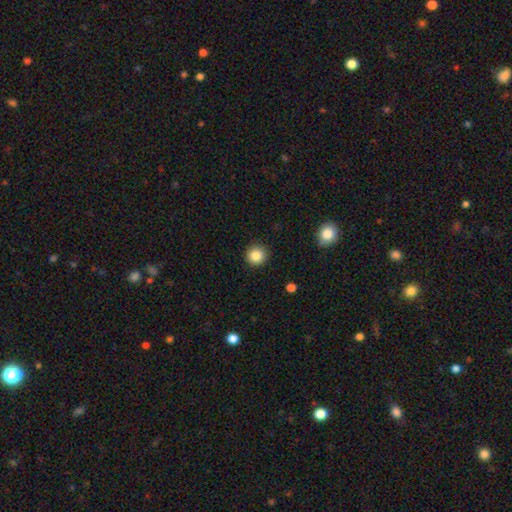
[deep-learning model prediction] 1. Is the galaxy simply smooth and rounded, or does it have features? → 84% smooth, 10% star or artifact, 5% featured or disk.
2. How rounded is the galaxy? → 92% round, 7% in between, 1% cigar-shaped.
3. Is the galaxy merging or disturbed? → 91% none, 6% minor disturbance, 2% major disturbance, 1% merger.